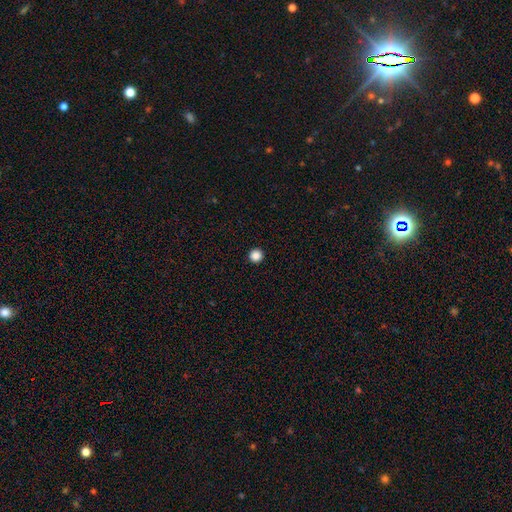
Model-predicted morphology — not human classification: Smooth or featured? smooth (87%)
How rounded? round (97%)
Merging? none (94%)